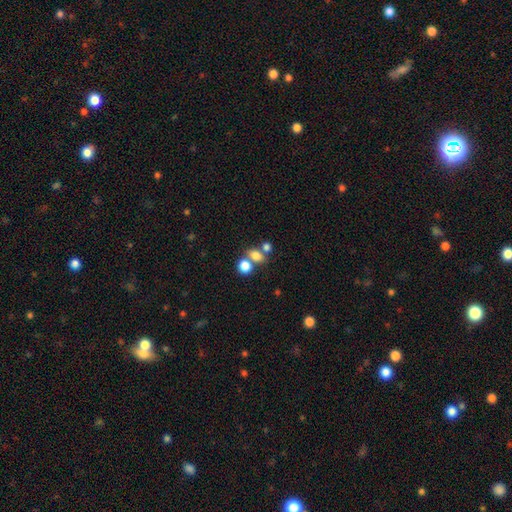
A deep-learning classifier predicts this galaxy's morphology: Smooth or featured? Predicted: smooth (p=0.77). How rounded? Predicted: in between (p=0.56). Merging? Predicted: none (p=0.45).